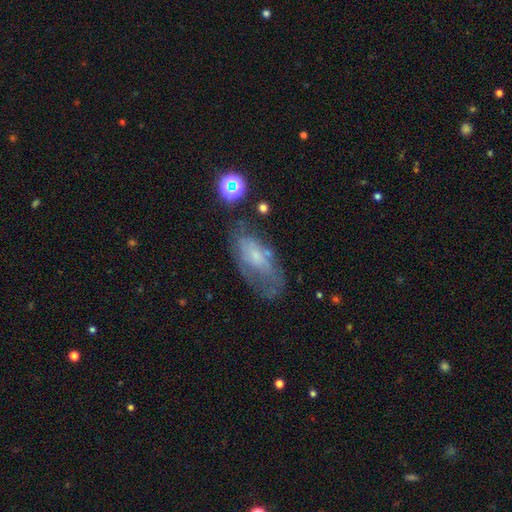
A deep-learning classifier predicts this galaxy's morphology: A featured or disk galaxy (46%). Merging: none (46%).